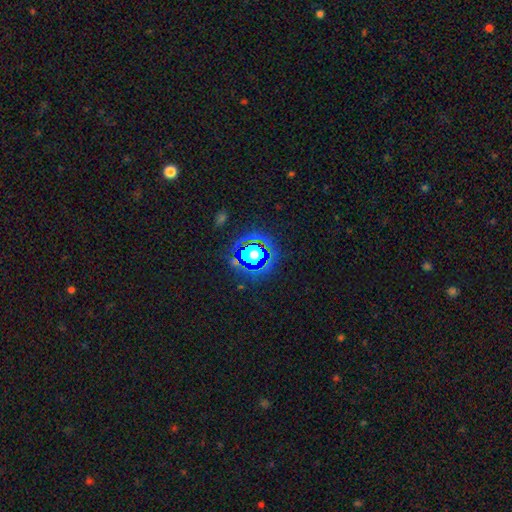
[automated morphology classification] Smooth or featured? Predicted: star or artifact (p=0.76).